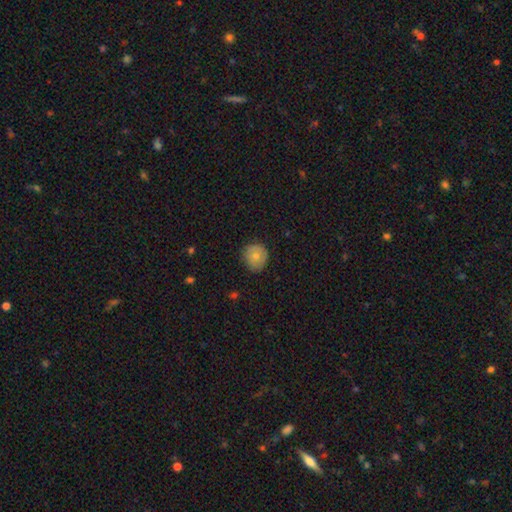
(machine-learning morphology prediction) type=smooth (73%); roundness=round (88%); merging=none (80%).